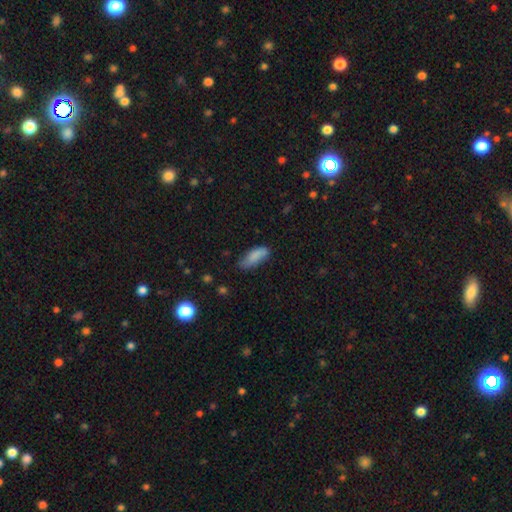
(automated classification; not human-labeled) A smooth galaxy with no disk features (82%) that is in between round and cigar-shaped (72%).

Vote fractions:
- Smooth or featured? smooth: 82% / featured or disk: 11% / star or artifact: 7%
- How rounded? in between: 72% / cigar-shaped: 26% / round: 2%
- Merging? none: 61% / minor disturbance: 30% / major disturbance: 7% / merger: 3%